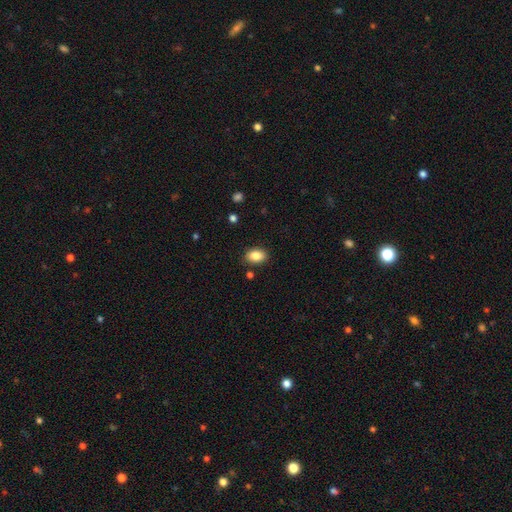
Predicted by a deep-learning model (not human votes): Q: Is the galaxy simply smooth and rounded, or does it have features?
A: smooth — 87%.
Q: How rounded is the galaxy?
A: in between — 85%.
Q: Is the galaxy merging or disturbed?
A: none — 85%.